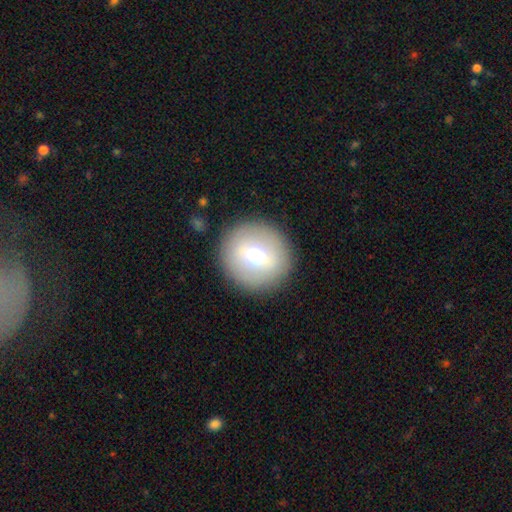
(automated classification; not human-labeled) This appears to be a smooth galaxy with no disk features (59%) that is round (94%). Merging: none (89%).